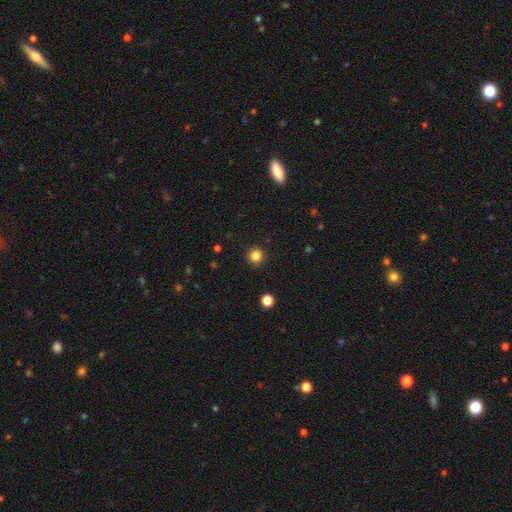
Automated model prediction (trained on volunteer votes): Morphology: type=smooth (83%); roundness=round (94%); merging=none (92%).